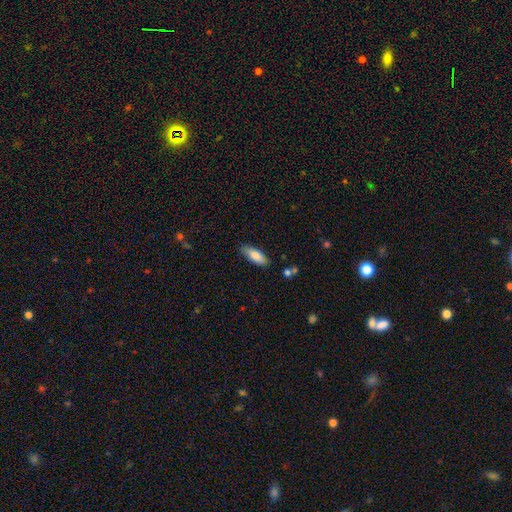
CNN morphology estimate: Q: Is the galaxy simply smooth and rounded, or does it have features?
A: smooth — 85%.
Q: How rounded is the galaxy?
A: in between — 67%.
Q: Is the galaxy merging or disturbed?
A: none — 82%.